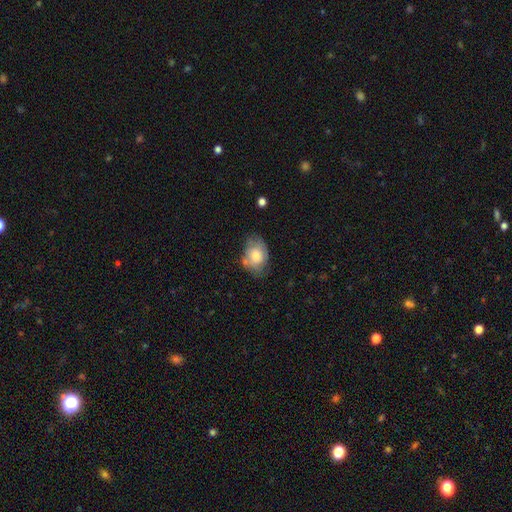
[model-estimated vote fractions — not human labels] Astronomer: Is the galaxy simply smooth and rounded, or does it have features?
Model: smooth — 68%.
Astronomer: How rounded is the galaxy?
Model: in between — 72%.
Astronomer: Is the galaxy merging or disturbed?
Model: none — 55% (runner-up: minor disturbance, 30%).